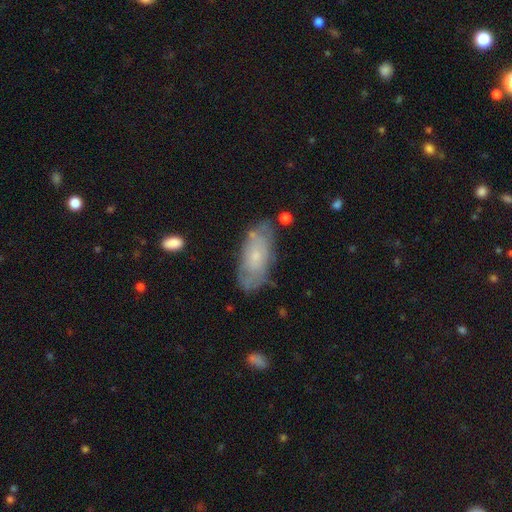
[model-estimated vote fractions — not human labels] Smooth or featured? featured or disk (47%)
Merging? none (69%)